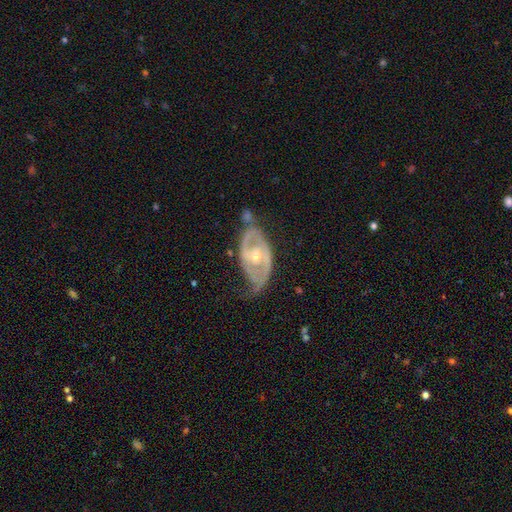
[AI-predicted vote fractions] A featured or disk galaxy (84%) with no bar (46%), 2 (72%) tight (44%) spiral arms (83%) and a moderate central bulge (52%).

Vote fractions:
- Smooth or featured? featured or disk: 84% / smooth: 10% / star or artifact: 5%
- Edge-on disk? no: 94% / yes: 6%
- Bar? no: 46% / weak: 37% / strong: 17%
- Spiral arms? yes: 83% / no: 17%
- Spiral winding? tight: 44% / medium: 40% / loose: 16%
- Spiral arm count? 2: 72% / can't tell: 15% / 1: 7% / 3: 3% / 4: 1% / more than 4: 1%
- Bulge size? moderate: 52% / small: 44% / large: 2% / none: 1% / dominant: 1%
- Merging? none: 50% / minor disturbance: 28% / major disturbance: 15% / merger: 7%